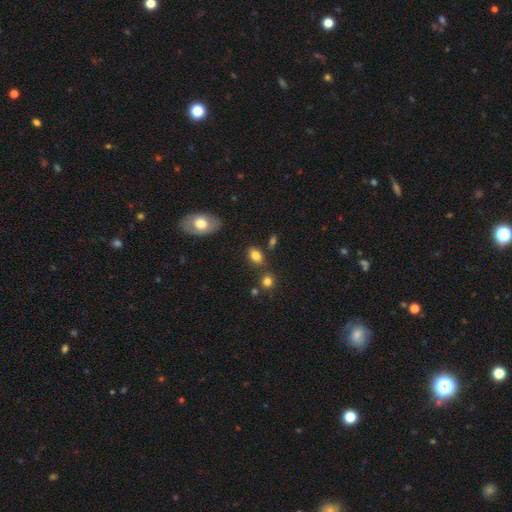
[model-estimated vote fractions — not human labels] Q: Smooth or featured?
A: smooth (82%); runner-up: star or artifact (10%)
Q: How rounded?
A: in between (82%); runner-up: round (16%)
Q: Merging?
A: none (75%); runner-up: minor disturbance (13%)